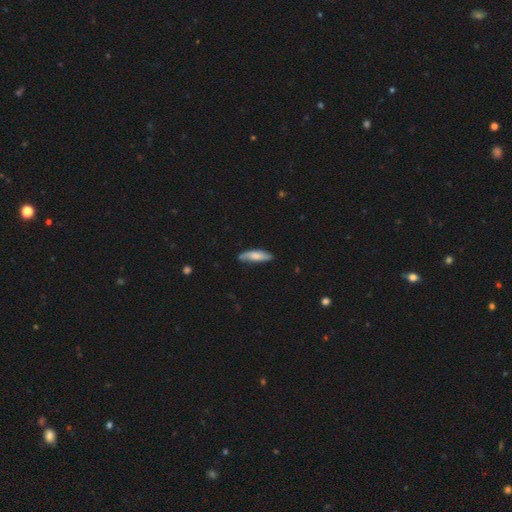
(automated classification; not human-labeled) This is likely a smooth galaxy (68%). How rounded: possibly cigar-shaped (59%). Merging: likely none (73%).